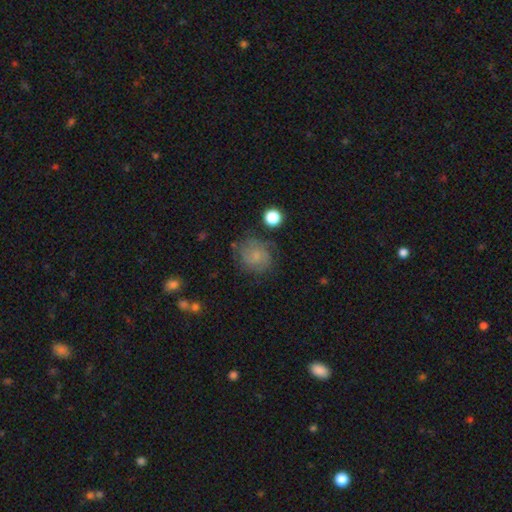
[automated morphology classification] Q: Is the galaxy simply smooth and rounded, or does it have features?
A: smooth — 54%.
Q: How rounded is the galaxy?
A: round — 76%.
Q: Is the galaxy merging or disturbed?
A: none — 66%.